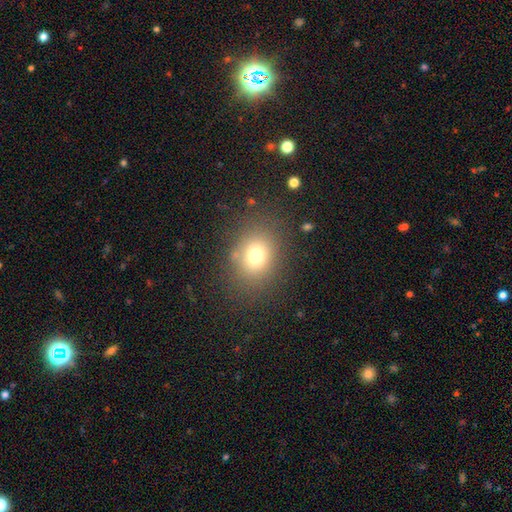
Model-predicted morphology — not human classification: smooth_or_featured: smooth (p=0.72) [alt: star or artifact p=0.16]
how_rounded: round (p=0.53) [alt: in between p=0.46]
merging: none (p=0.80) [alt: minor disturbance p=0.11]